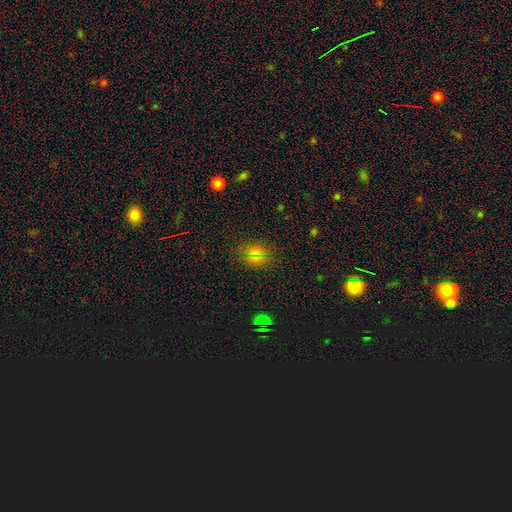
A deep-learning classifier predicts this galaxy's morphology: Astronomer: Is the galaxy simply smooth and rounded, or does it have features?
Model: smooth — 66%.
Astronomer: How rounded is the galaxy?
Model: round — 49% (runner-up: in between, 48%).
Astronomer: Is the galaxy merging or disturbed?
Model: none — 86%.